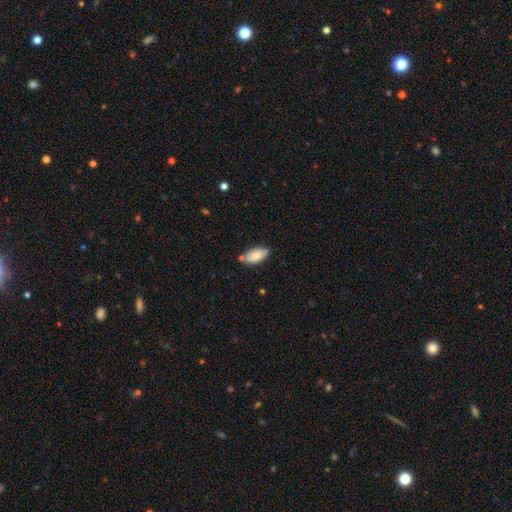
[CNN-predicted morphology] Overall: smooth (84%). How rounded: in between (92%). Merging: none (67%).